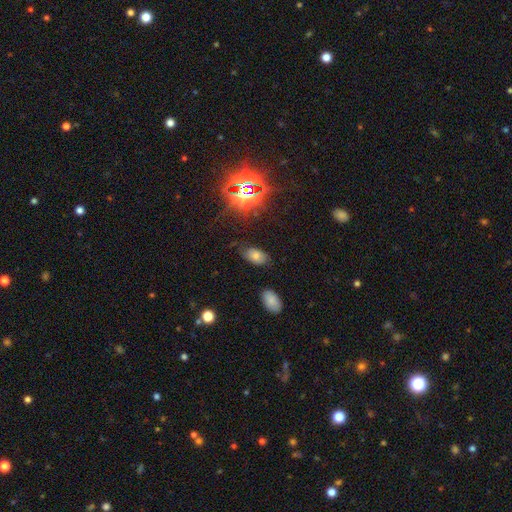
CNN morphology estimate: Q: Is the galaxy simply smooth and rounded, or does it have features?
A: smooth — 68%.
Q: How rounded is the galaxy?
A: in between — 92%.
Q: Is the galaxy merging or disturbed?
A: none — 77%.